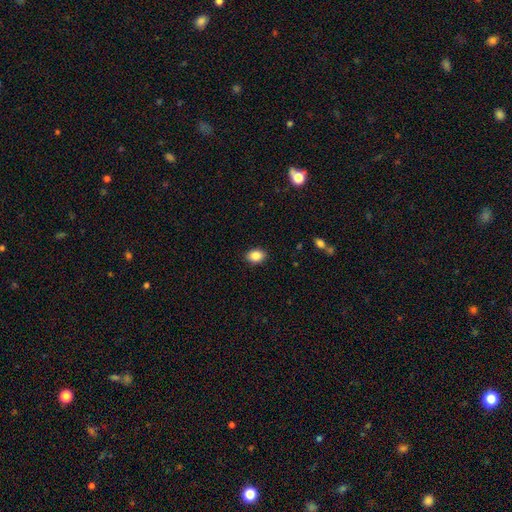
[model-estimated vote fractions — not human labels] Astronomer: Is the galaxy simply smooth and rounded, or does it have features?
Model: smooth — 87%.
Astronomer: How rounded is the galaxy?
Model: in between — 71%.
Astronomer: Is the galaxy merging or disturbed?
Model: none — 89%.